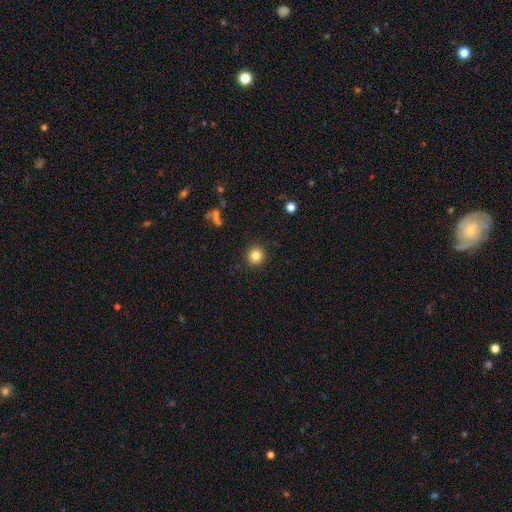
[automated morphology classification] smooth-or-featured: smooth: 84% | star or artifact: 11% | featured or disk: 5%
  how-rounded: round: 93% | in between: 6% | cigar-shaped: 1%
  merging: none: 91% | minor disturbance: 5% | major disturbance: 2% | merger: 1%